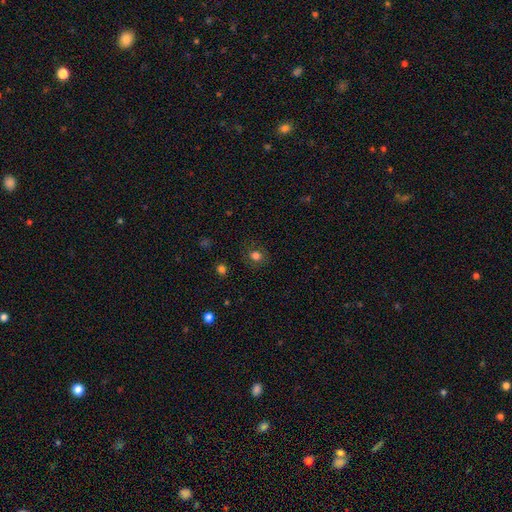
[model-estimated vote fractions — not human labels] Overall: smooth (77%). How rounded: round (81%). Merging: none (86%).